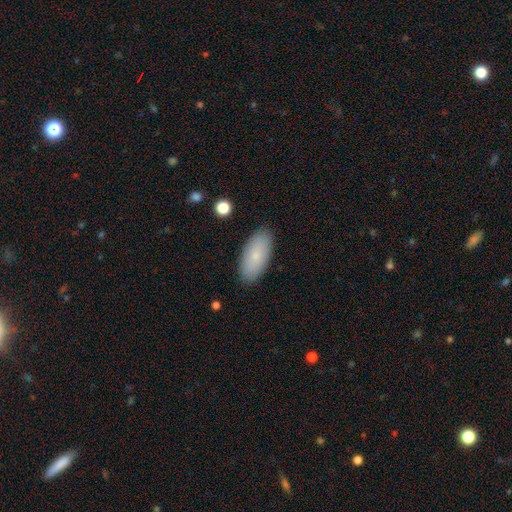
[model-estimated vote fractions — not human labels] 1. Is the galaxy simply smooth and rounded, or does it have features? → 81% smooth, 13% featured or disk, 6% star or artifact.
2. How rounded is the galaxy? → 91% in between, 7% cigar-shaped, 2% round.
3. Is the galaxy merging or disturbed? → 88% none, 9% minor disturbance, 2% major disturbance, 1% merger.